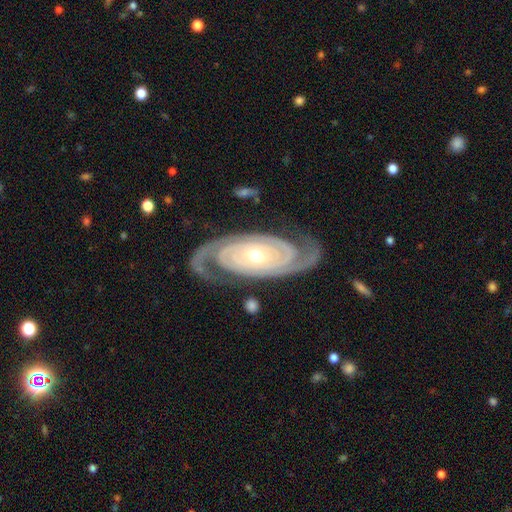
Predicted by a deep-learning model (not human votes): A featured or disk galaxy (93%) with no bar (75%), 2 (90%) tight (77%) spiral arms (98%) and a moderate central bulge (50%).

Vote fractions:
- Smooth or featured? featured or disk: 93% / star or artifact: 4% / smooth: 3%
- Edge-on disk? no: 96% / yes: 4%
- Bar? no: 75% / weak: 14% / strong: 11%
- Spiral arms? yes: 98% / no: 2%
- Spiral winding? tight: 77% / medium: 19% / loose: 4%
- Spiral arm count? 2: 90% / can't tell: 3% / 3: 3% / 1: 1% / 4: 1% / more than 4: 1%
- Bulge size? moderate: 50% / small: 47% / large: 2% / dominant: 1% / none: 1%
- Merging? none: 81% / minor disturbance: 12% / major disturbance: 5% / merger: 2%